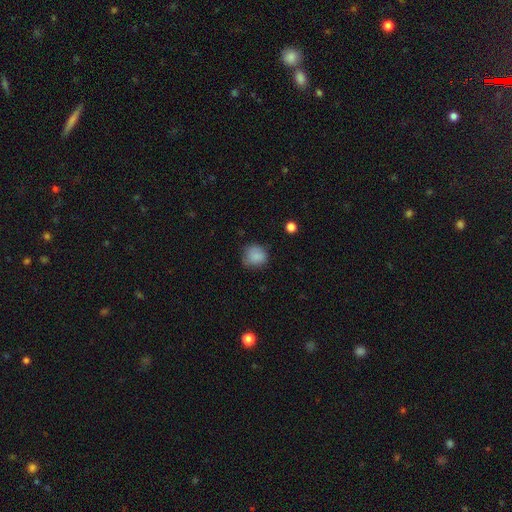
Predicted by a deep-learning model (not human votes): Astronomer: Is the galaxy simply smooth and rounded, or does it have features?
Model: smooth — 84%.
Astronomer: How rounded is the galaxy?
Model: round — 76%.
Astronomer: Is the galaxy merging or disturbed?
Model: none — 67%.